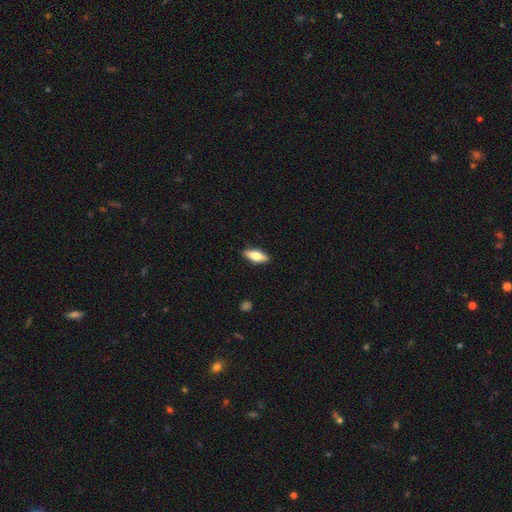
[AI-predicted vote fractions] Smooth or featured?
  - smooth: 62% *
  - featured or disk: 32%
  - star or artifact: 6%
How rounded?
  - in between: 64% *
  - cigar-shaped: 33%
  - round: 3%
Merging?
  - none: 89% *
  - minor disturbance: 8%
  - major disturbance: 2%
  - merger: 1%